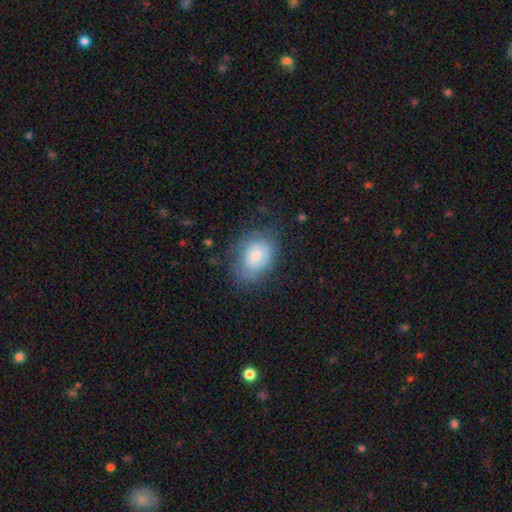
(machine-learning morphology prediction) smooth 66%, featured or disk 25%, star or artifact 9%. Down the decision tree: how rounded — in between (70%); merging — none (61%).